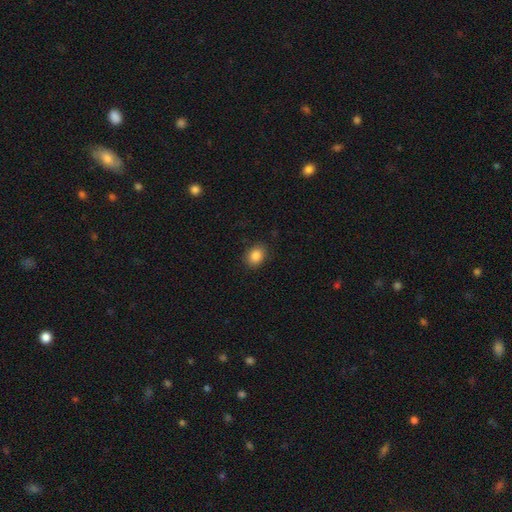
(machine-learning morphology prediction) smooth_or_featured: smooth (p=0.86) [alt: star or artifact p=0.09]
how_rounded: in between (p=0.59) [alt: round p=0.40]
merging: none (p=0.86) [alt: minor disturbance p=0.10]